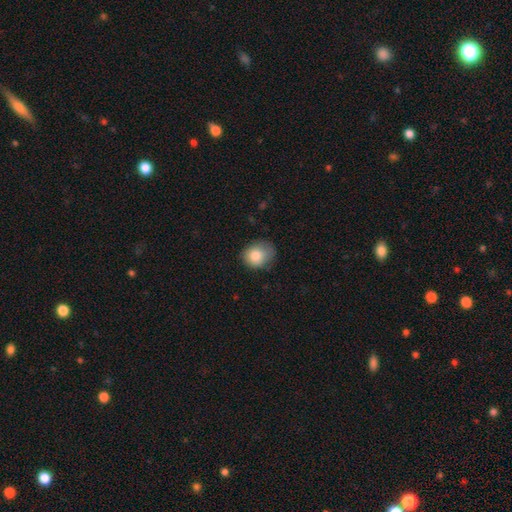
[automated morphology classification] Smooth or featured? smooth (81%)
How rounded? round (61%)
Merging? none (59%)